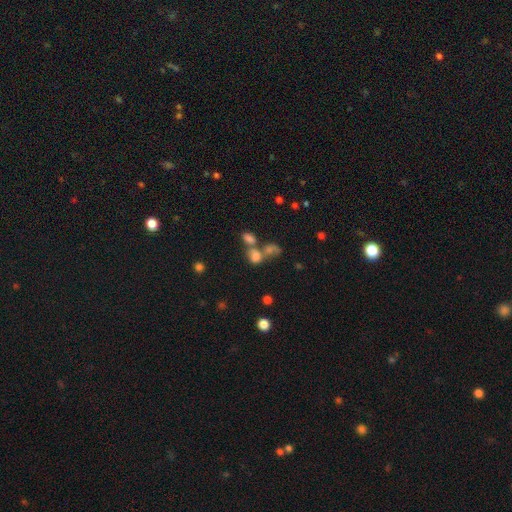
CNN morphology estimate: A smooth galaxy with no disk features (69%) that is in between round and cigar-shaped (49%, tied with round).

Vote fractions:
- Smooth or featured? smooth: 69% / star or artifact: 16% / featured or disk: 15%
- How rounded? in between: 49% (tied) / round: 49% (tied) / cigar-shaped: 2%
- Merging? merger: 55% / none: 28% / minor disturbance: 9% / major disturbance: 9%